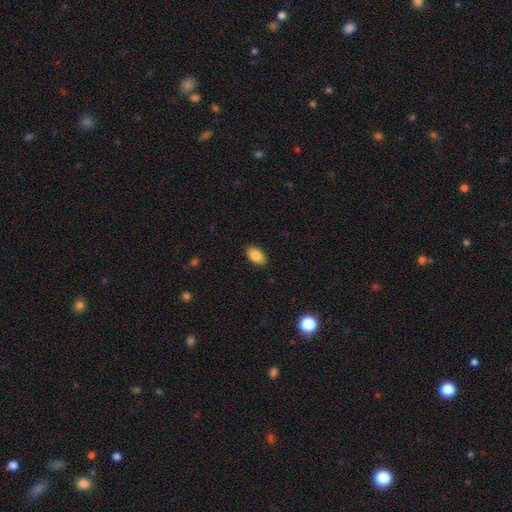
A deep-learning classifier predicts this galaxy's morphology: Smooth or featured?
  - smooth: 85% *
  - featured or disk: 8%
  - star or artifact: 7%
How rounded?
  - in between: 94% *
  - round: 5%
  - cigar-shaped: 2%
Merging?
  - none: 89% *
  - minor disturbance: 8%
  - major disturbance: 2%
  - merger: 1%